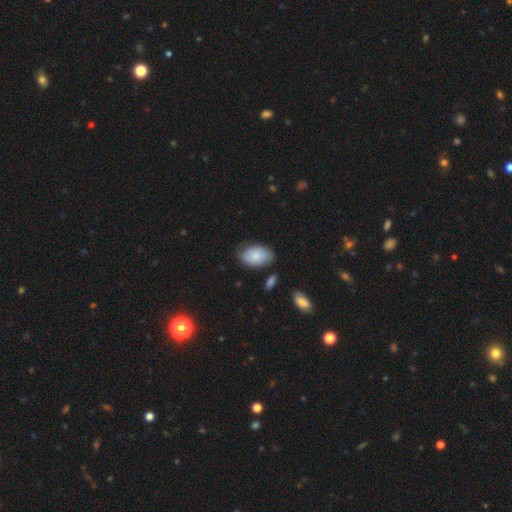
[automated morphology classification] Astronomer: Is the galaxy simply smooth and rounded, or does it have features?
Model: smooth — 78%.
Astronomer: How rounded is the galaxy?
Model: in between — 92%.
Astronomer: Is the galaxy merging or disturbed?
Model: none — 70%.